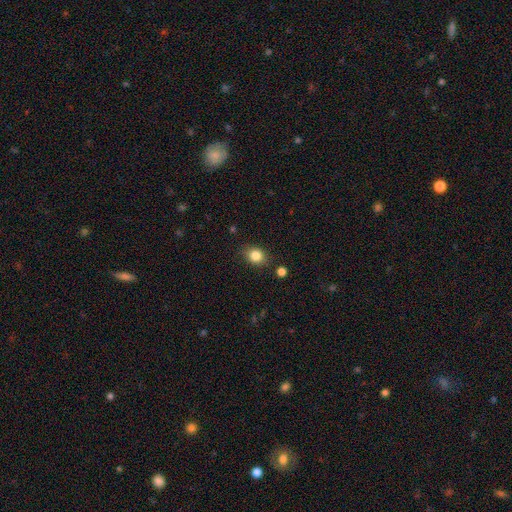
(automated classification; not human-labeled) Smooth or featured: smooth — 84% (star or artifact — 11%)
How rounded: round — 58% (in between — 41%)
Merging: none — 83% (minor disturbance — 12%)